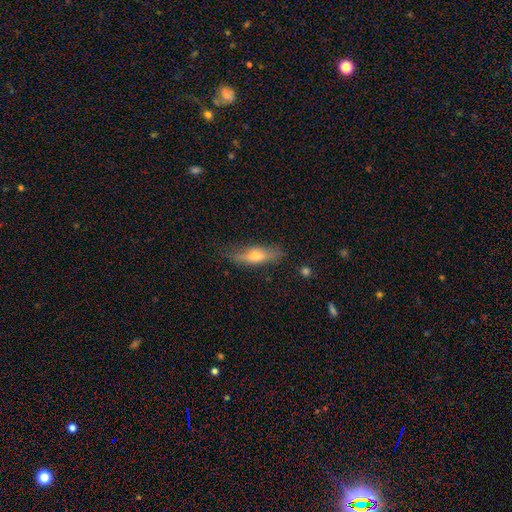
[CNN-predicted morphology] smooth 49%, featured or disk 44%, star or artifact 7%. Down the decision tree: merging — none (76%).